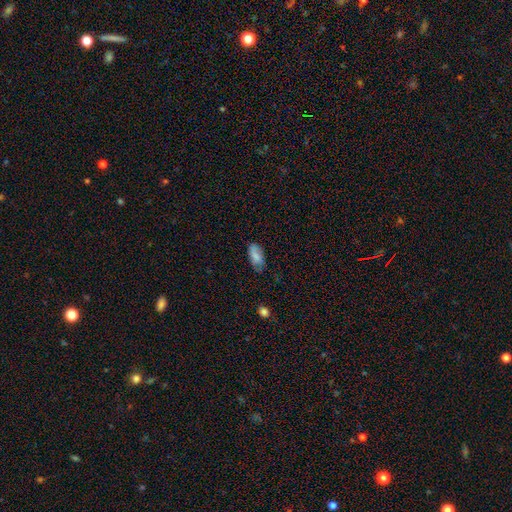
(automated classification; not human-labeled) Smooth or featured?
  - smooth: 76% *
  - featured or disk: 16%
  - star or artifact: 8%
How rounded?
  - in between: 90% *
  - cigar-shaped: 7%
  - round: 3%
Merging?
  - none: 65% *
  - minor disturbance: 26%
  - major disturbance: 7%
  - merger: 2%